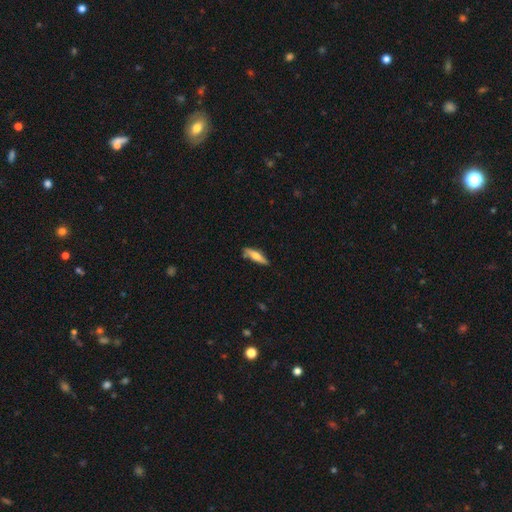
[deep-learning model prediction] A smooth galaxy with no disk features (59%) that is cigar-shaped (67%).

Vote fractions:
- Smooth or featured? smooth: 59% / featured or disk: 35% / star or artifact: 6%
- How rounded? cigar-shaped: 67% / in between: 31% / round: 2%
- Merging? none: 73% / minor disturbance: 20% / major disturbance: 4% / merger: 3%